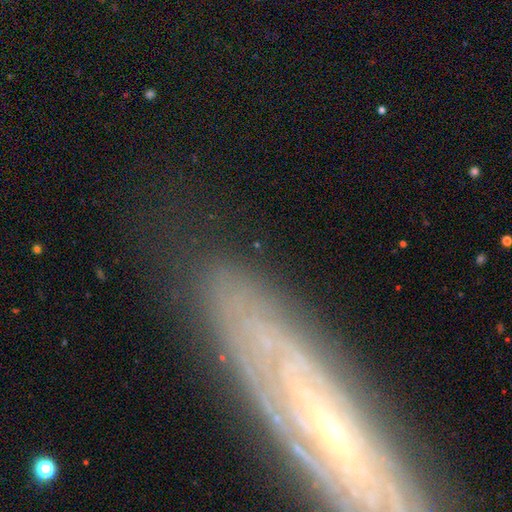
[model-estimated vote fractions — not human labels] Smooth or featured? featured or disk (73%)
Edge-on disk? no (62%)
Merging? none (74%)